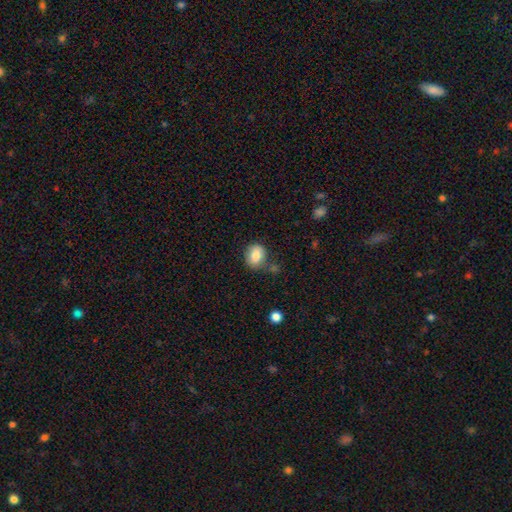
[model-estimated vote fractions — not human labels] Q: Smooth or featured?
A: smooth (83%); runner-up: star or artifact (9%)
Q: How rounded?
A: round (50%); runner-up: in between (49%)
Q: Merging?
A: none (72%); runner-up: minor disturbance (17%)